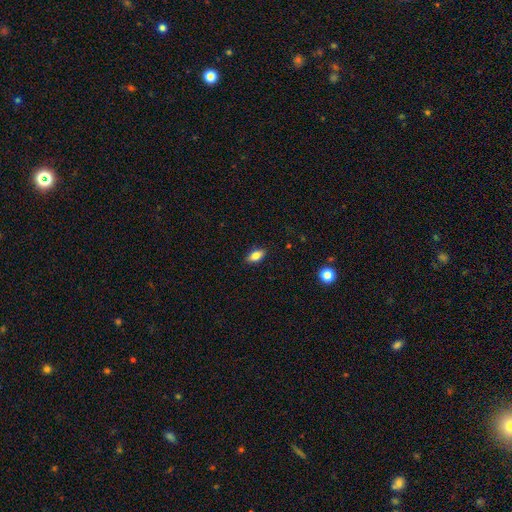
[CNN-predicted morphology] The model was most divided on "smooth or featured": smooth: 81%, featured or disk: 11%, star or artifact: 8%. More confident: merging — none (88%); how rounded — in between (87%).